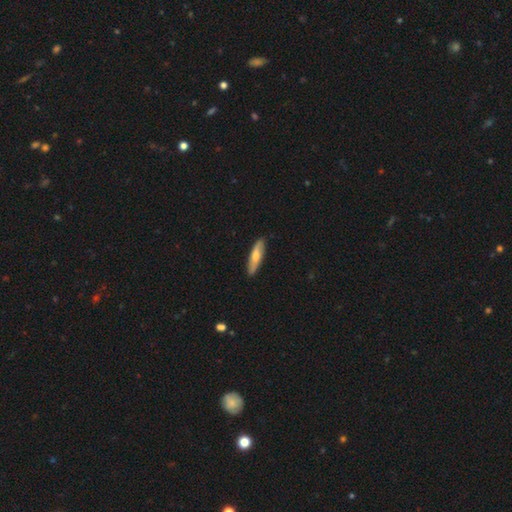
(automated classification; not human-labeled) Overall: smooth (64%; featured or disk 31%). How rounded: cigar-shaped (70%). Merging: none (87%).